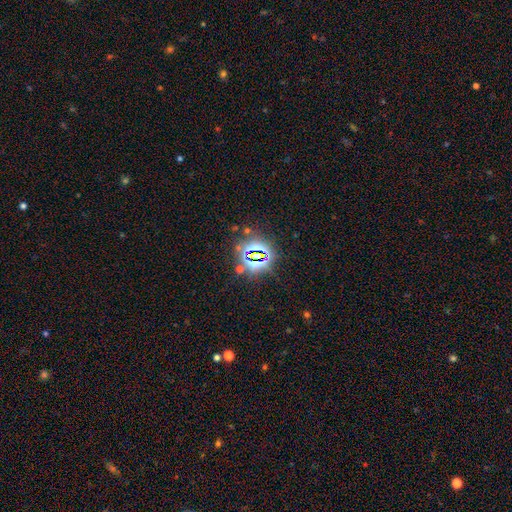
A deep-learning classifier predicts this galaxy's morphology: Overall: star or artifact (75%).